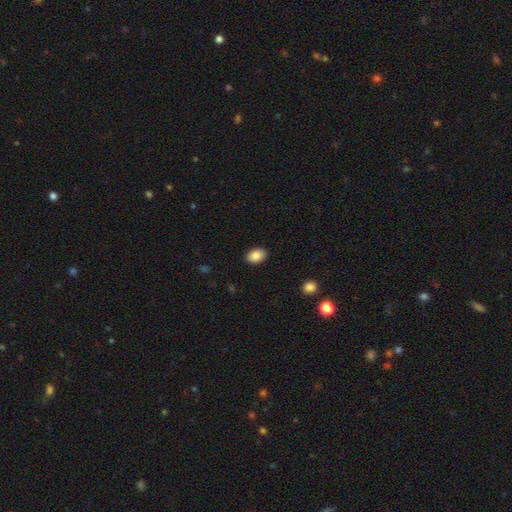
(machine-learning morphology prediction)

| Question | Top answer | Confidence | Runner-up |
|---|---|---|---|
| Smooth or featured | smooth | 87% | star or artifact (8%) |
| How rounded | in between | 83% | round (16%) |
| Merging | none | 89% | minor disturbance (8%) |